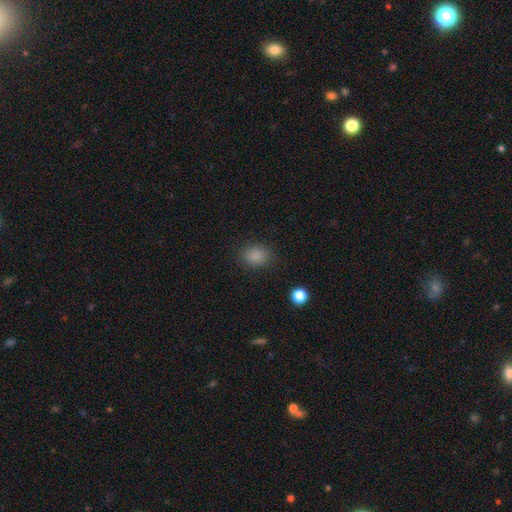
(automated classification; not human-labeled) smooth-or-featured: smooth: 85% | star or artifact: 11% | featured or disk: 3%
  how-rounded: in between: 55% | round: 44% | cigar-shaped: 1%
  merging: none: 85% | minor disturbance: 10% | major disturbance: 4% | merger: 1%